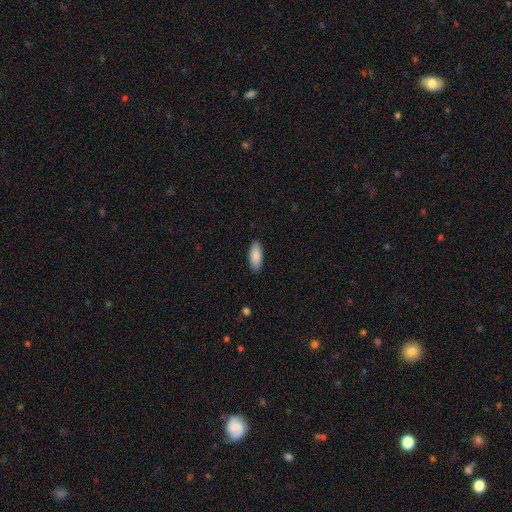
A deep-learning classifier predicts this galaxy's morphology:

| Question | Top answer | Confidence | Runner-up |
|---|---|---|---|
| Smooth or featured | smooth | 88% | featured or disk (7%) |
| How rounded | in between | 79% | cigar-shaped (20%) |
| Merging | none | 89% | minor disturbance (8%) |